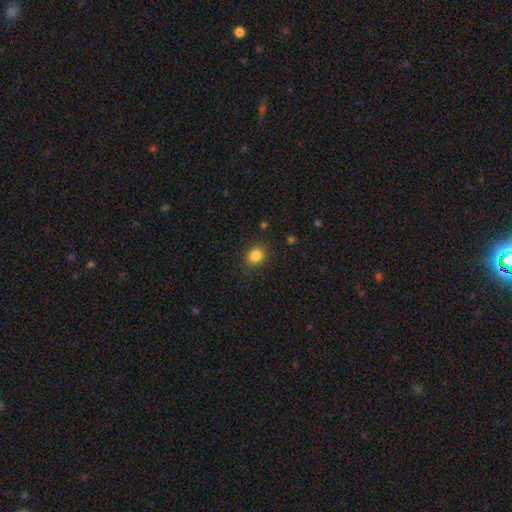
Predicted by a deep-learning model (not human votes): This is clearly a smooth galaxy (84%). How rounded: likely round (70%). Merging: clearly none (87%).